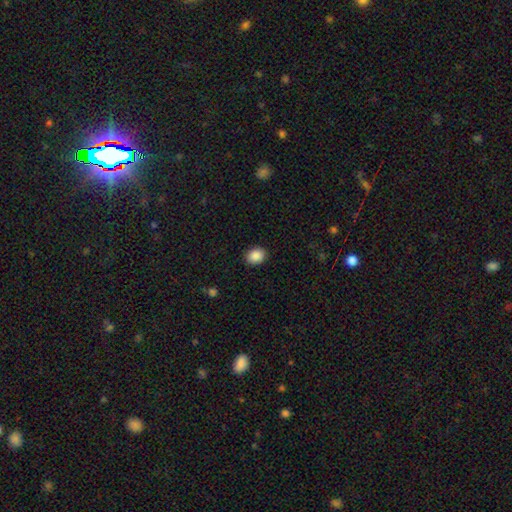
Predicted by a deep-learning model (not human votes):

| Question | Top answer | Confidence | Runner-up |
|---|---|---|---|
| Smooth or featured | smooth | 89% | star or artifact (8%) |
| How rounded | in between | 51% | round (48%) |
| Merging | none | 89% | minor disturbance (8%) |